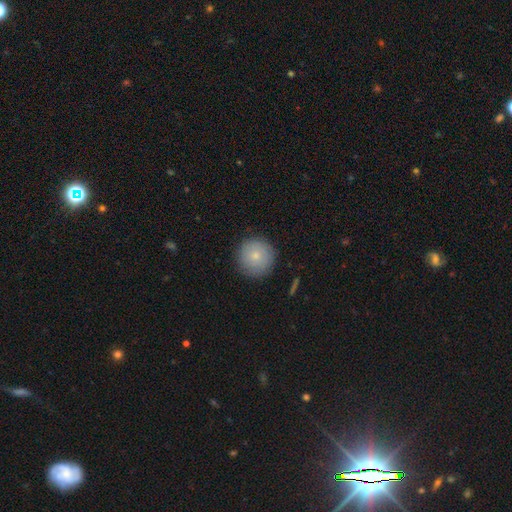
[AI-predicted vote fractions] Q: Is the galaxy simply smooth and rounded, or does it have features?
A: smooth — 77%.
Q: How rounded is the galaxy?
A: round — 95%.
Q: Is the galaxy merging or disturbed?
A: none — 88%.